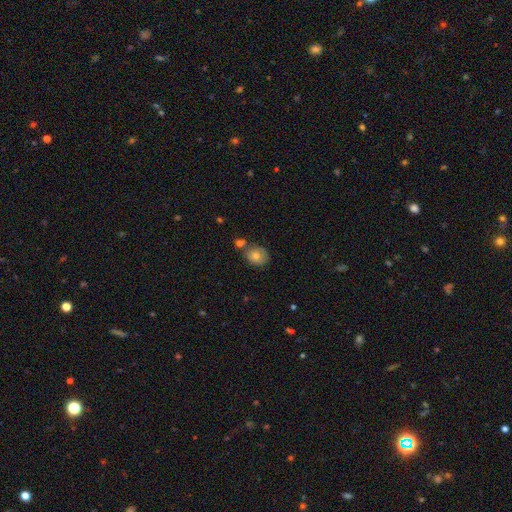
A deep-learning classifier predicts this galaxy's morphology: Smooth or featured: smooth — 73% (featured or disk — 17%)
How rounded: round — 61% (in between — 38%)
Merging: none — 62% (merger — 19%)